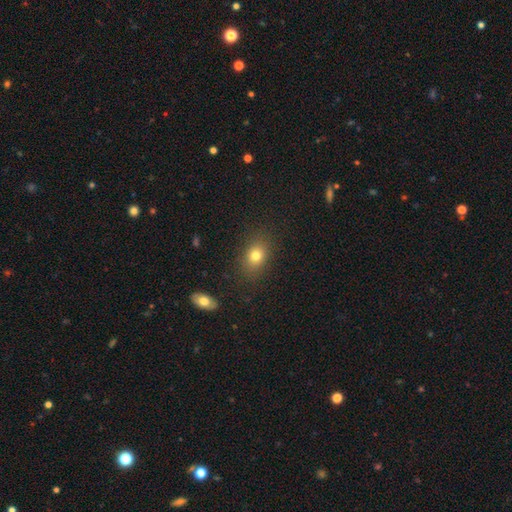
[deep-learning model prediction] A smooth galaxy with no disk features (77%) that is in between round and cigar-shaped (64%).

Vote fractions:
- Smooth or featured? smooth: 77% / star or artifact: 13% / featured or disk: 10%
- How rounded? in between: 64% / round: 35% / cigar-shaped: 2%
- Merging? none: 84% / minor disturbance: 11% / major disturbance: 4% / merger: 2%